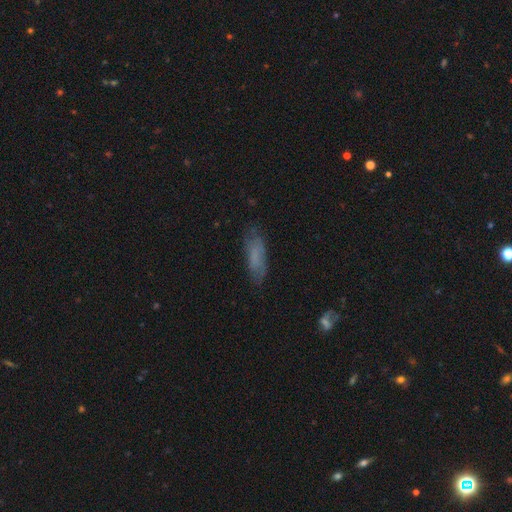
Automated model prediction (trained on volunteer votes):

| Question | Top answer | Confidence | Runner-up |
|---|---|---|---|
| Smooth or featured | smooth | 67% | featured or disk (23%) |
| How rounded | in between | 56% | cigar-shaped (42%) |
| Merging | none | 74% | minor disturbance (19%) |